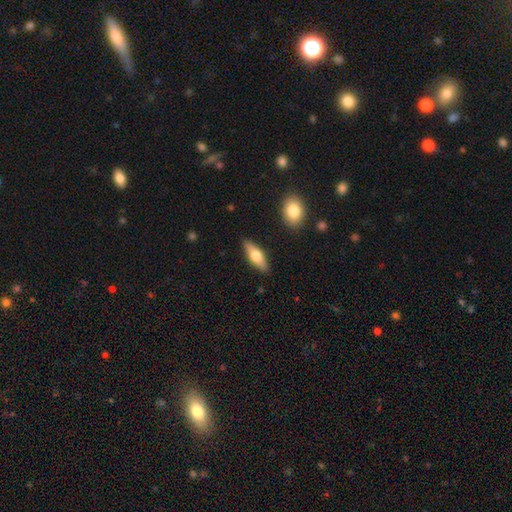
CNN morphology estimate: Smooth or featured? smooth (63%)
How rounded? in between (65%)
Merging? none (87%)